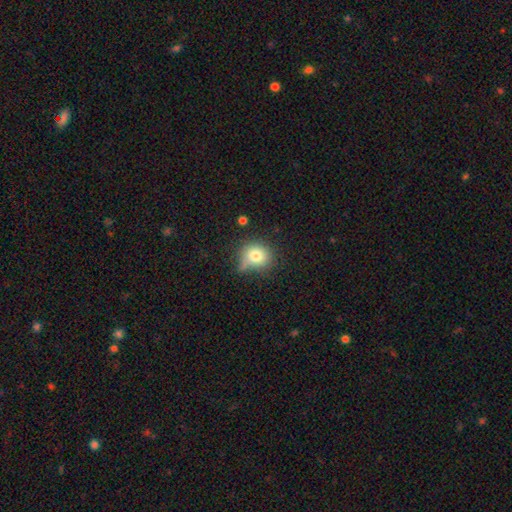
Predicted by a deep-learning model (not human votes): This is likely a smooth galaxy (77%). How rounded: likely round (78%). Merging: possibly none (53%).